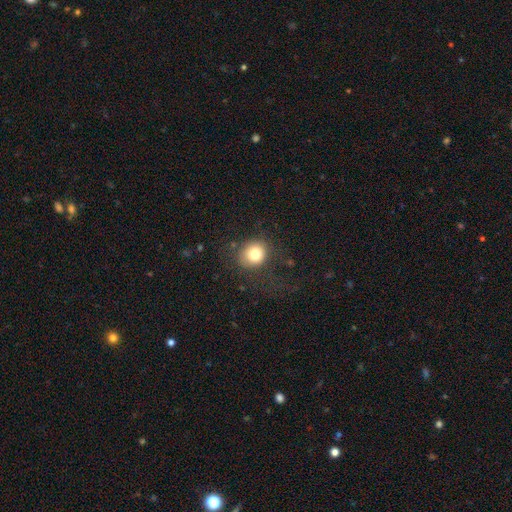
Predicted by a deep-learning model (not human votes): This is likely a smooth galaxy (80%). How rounded: likely round (78%). Merging: likely none (74%).